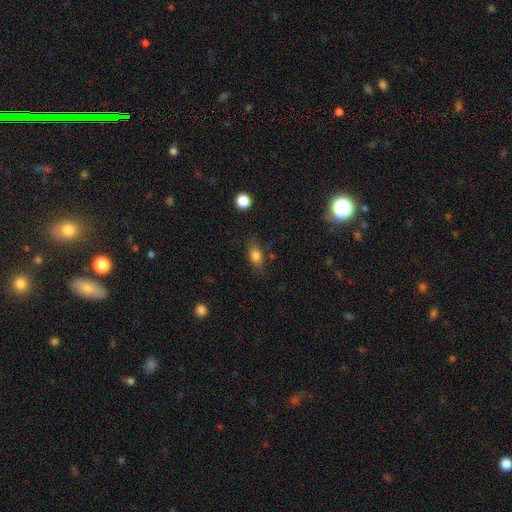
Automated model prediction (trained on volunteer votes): smooth-or-featured: smooth: 77% | featured or disk: 14% | star or artifact: 10%
  how-rounded: in between: 77% | round: 12% | cigar-shaped: 10%
  merging: none: 74% | minor disturbance: 18% | major disturbance: 5% | merger: 3%